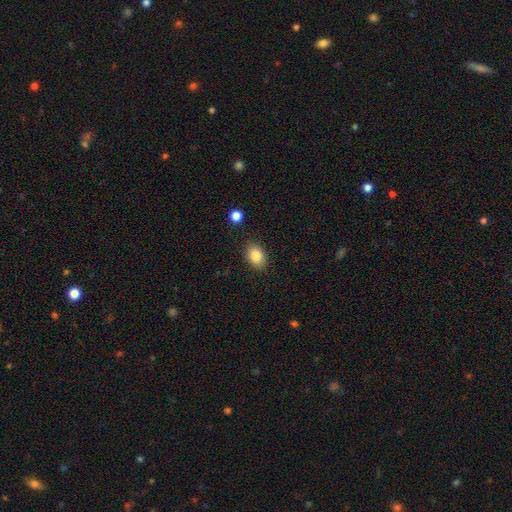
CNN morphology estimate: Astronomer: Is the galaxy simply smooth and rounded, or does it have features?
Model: smooth — 84%.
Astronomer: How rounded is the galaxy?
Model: in between — 74%.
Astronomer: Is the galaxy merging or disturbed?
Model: none — 87%.